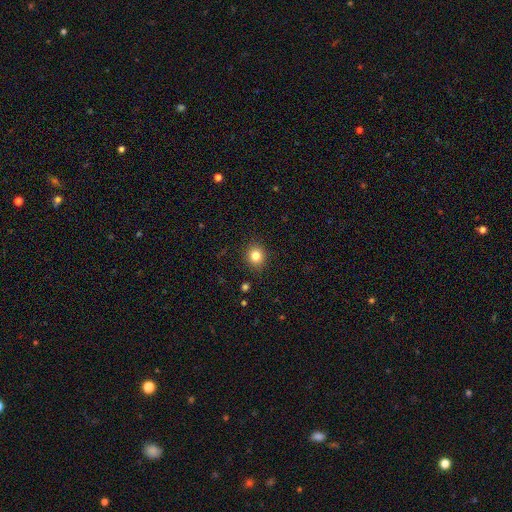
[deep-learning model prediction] Smooth or featured? smooth (82%)
How rounded? round (87%)
Merging? none (90%)